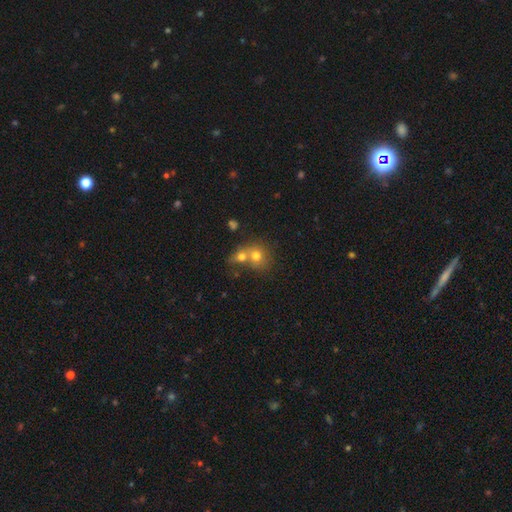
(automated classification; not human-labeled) smooth-or-featured: smooth: 71% | featured or disk: 16% | star or artifact: 13%
  how-rounded: round: 74% | in between: 25% | cigar-shaped: 1%
  merging: merger: 58% | none: 31% | minor disturbance: 7% | major disturbance: 3%